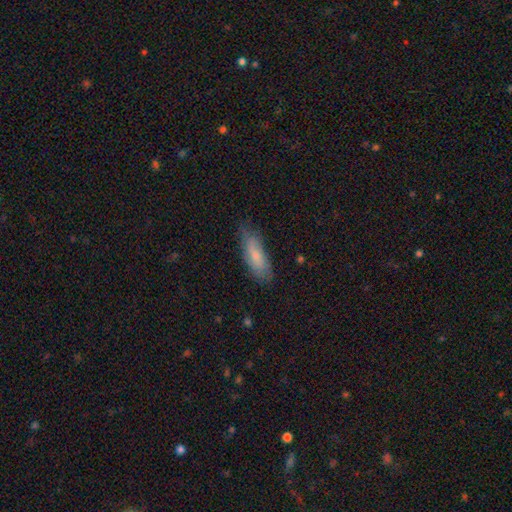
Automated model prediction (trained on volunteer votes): This is likely a smooth galaxy (74%). How rounded: possibly in between (56%). Merging: likely none (71%).